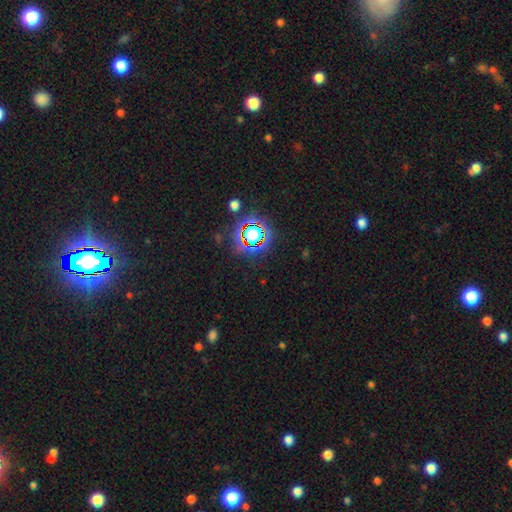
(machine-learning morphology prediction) This appears to be a star or artifact, not a galaxy (82%).